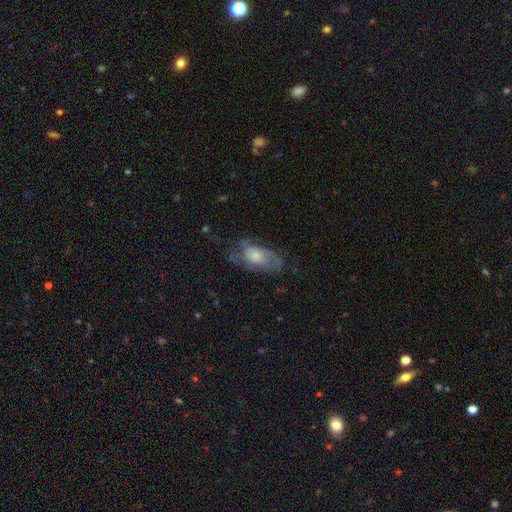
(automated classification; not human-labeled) Q: Smooth or featured?
A: featured or disk (50%); runner-up: smooth (42%)
Q: Edge-on disk?
A: no (92%); runner-up: yes (8%)
Q: Merging?
A: none (48%); runner-up: minor disturbance (27%)